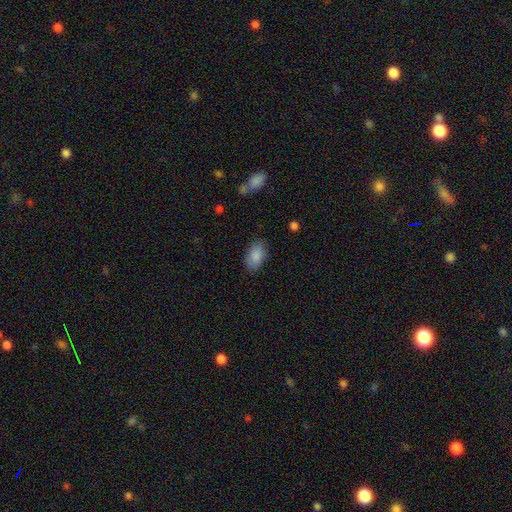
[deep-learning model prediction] Smooth or featured: smooth — 86% (star or artifact — 7%)
How rounded: in between — 93% (round — 5%)
Merging: none — 83% (minor disturbance — 13%)